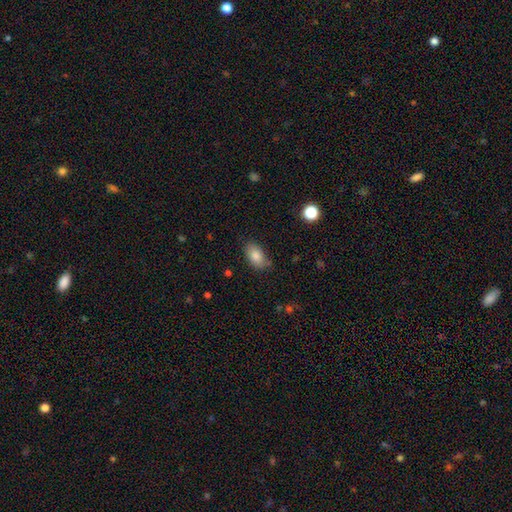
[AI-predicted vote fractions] Smooth or featured?
  - smooth: 84% *
  - featured or disk: 8%
  - star or artifact: 8%
How rounded?
  - in between: 91% *
  - round: 7%
  - cigar-shaped: 2%
Merging?
  - none: 78% *
  - minor disturbance: 17%
  - major disturbance: 3%
  - merger: 2%